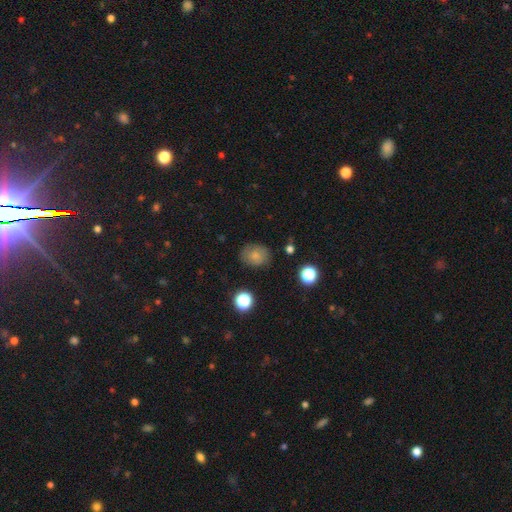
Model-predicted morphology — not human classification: A smooth galaxy with no disk features (74%) that is round (56%).

Vote fractions:
- Smooth or featured? smooth: 74% / star or artifact: 13% / featured or disk: 13%
- How rounded? round: 56% / in between: 44% / cigar-shaped: 1%
- Merging? none: 76% / minor disturbance: 17% / major disturbance: 5% / merger: 2%